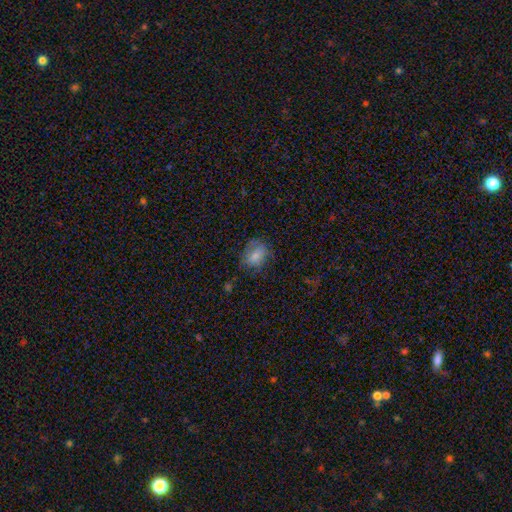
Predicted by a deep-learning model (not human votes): This is likely a smooth galaxy (77%). How rounded: possibly in between (60%). Merging: likely none (66%).